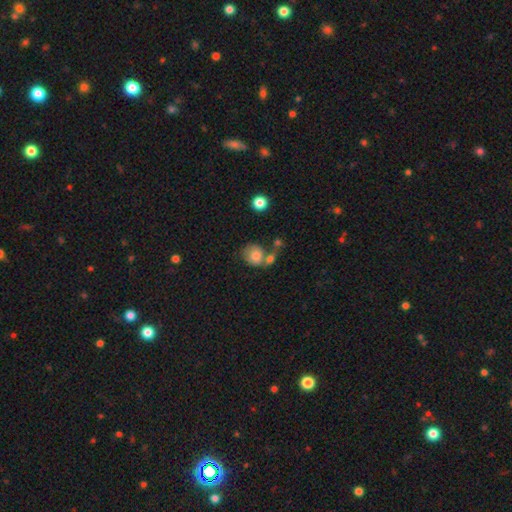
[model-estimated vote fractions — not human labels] smooth 78%, featured or disk 13%, star or artifact 9%. Down the decision tree: how rounded — round (71%); merging — none (39%).